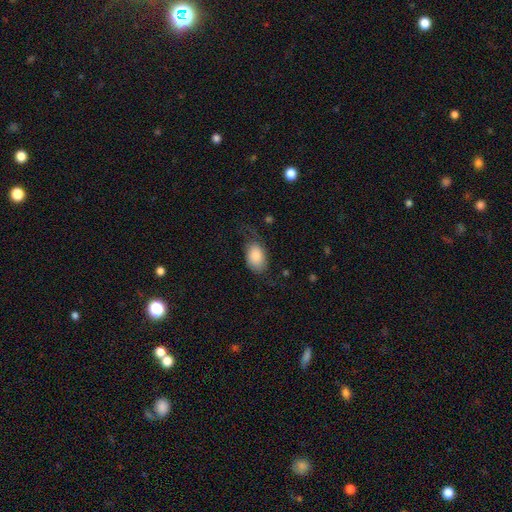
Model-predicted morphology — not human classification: type=smooth (80%); roundness=in between (91%); merging=none (47%).